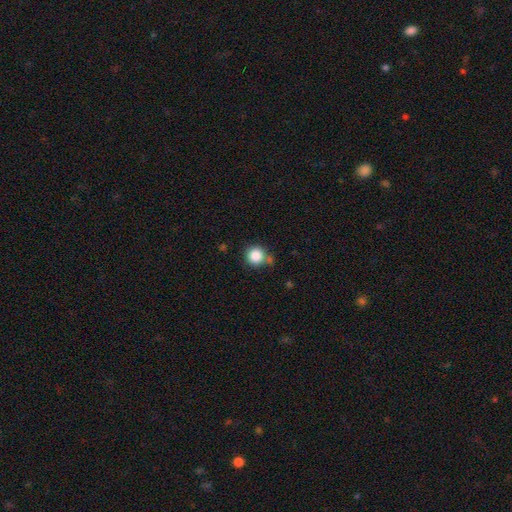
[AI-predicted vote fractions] Smooth or featured: smooth — 86% (star or artifact — 10%)
How rounded: round — 94% (in between — 5%)
Merging: none — 71% (minor disturbance — 15%)